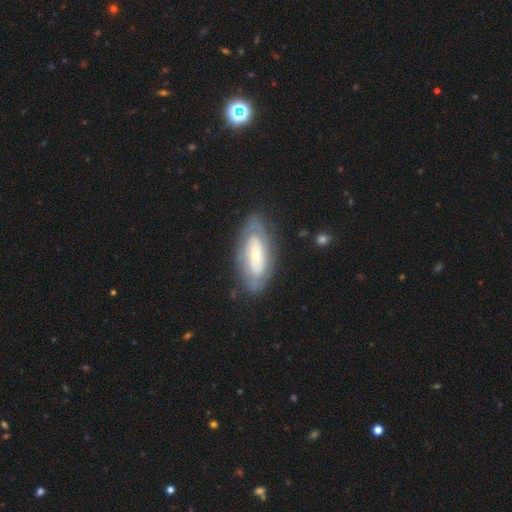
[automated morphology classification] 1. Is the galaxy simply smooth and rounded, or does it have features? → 67% featured or disk, 27% smooth, 5% star or artifact.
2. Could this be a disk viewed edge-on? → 89% no, 11% yes.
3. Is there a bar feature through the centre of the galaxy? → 62% no, 25% weak, 13% strong.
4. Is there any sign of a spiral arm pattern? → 65% yes, 35% no.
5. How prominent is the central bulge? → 63% small, 30% moderate, 4% large, 2% none, 1% dominant.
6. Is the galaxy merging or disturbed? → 77% none, 16% minor disturbance, 6% major disturbance, 2% merger.